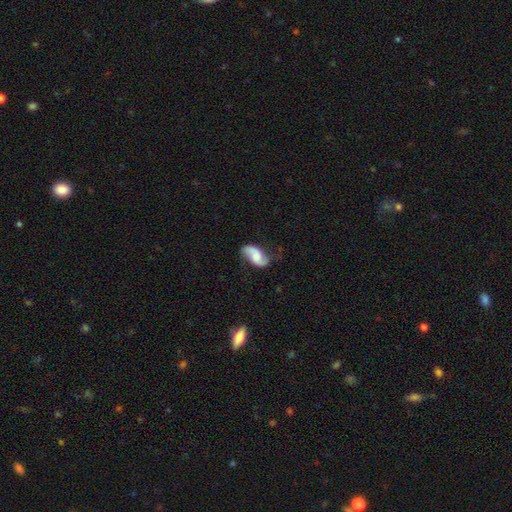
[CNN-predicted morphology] Smooth or featured? Predicted: featured or disk (p=0.62). Edge-on disk? Predicted: no (p=0.96). Bar? Predicted: no (p=0.54). Spiral arms? Predicted: yes (p=0.92). Spiral winding? Predicted: loose (p=0.63). Spiral arm count? Predicted: 2 (p=0.89). Bulge size? Predicted: none (p=0.29). Merging? Predicted: none (p=0.65).